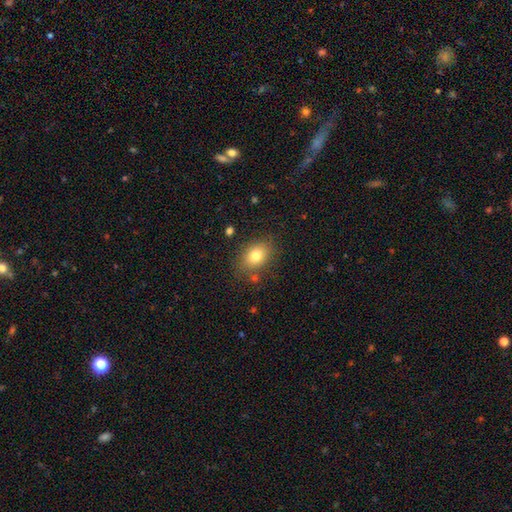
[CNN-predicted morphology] A smooth galaxy with no disk features (80%) that is in between round and cigar-shaped (72%). Merging: none (81%).